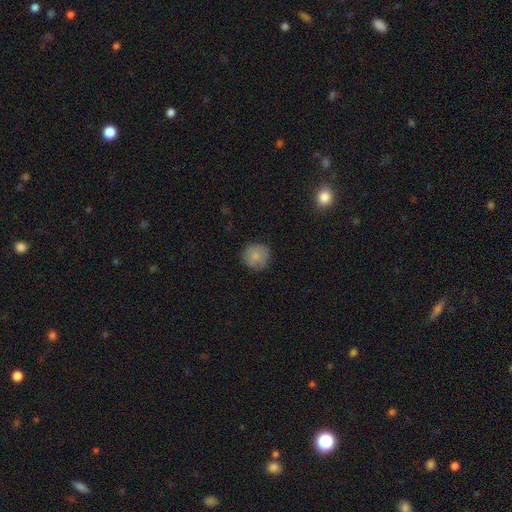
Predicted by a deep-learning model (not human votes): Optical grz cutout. It shows a smooth galaxy with no disk features (83%) that is round (92%). Merging: none (83%).